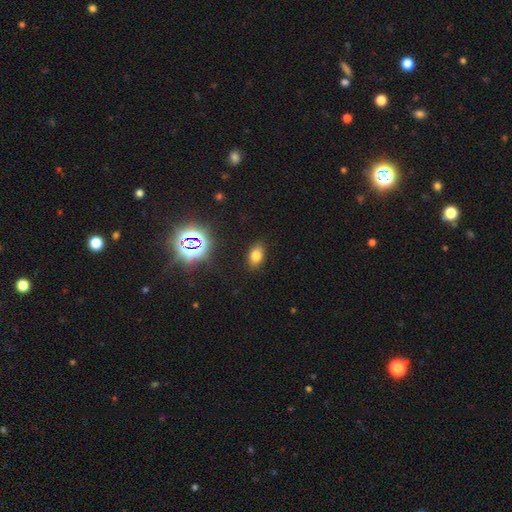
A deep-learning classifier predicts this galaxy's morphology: smooth-or-featured: smooth: 73% | star or artifact: 19% | featured or disk: 9%
  how-rounded: in between: 87% | round: 11% | cigar-shaped: 2%
  merging: none: 86% | minor disturbance: 10% | major disturbance: 3% | merger: 1%